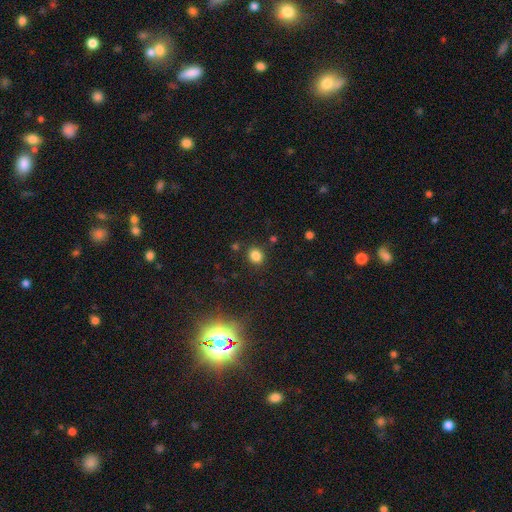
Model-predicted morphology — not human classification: Smooth or featured? Predicted: smooth (p=0.83). How rounded? Predicted: round (p=0.65). Merging? Predicted: none (p=0.85).